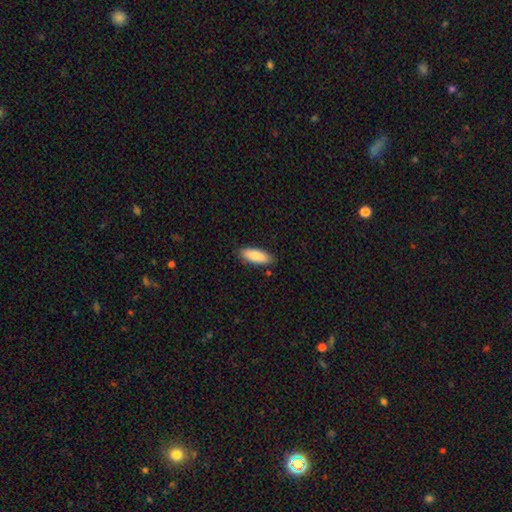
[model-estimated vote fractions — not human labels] Smooth or featured?
  - smooth: 87% *
  - featured or disk: 7%
  - star or artifact: 6%
How rounded?
  - in between: 70% *
  - cigar-shaped: 29%
  - round: 2%
Merging?
  - none: 85% *
  - minor disturbance: 11%
  - major disturbance: 2%
  - merger: 1%